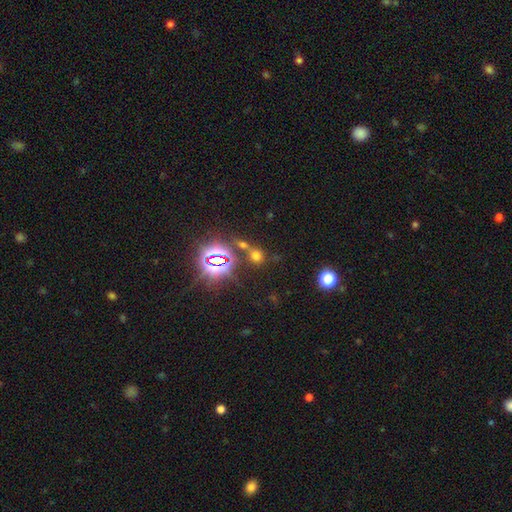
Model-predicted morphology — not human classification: A smooth galaxy with no disk features (50%). Merging: none (63%).